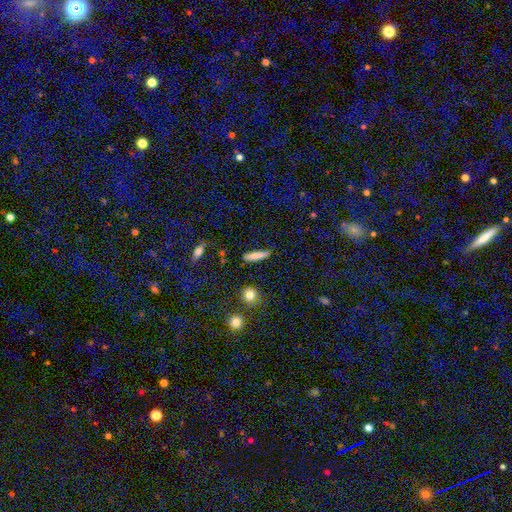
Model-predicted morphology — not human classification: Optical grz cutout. It shows a smooth galaxy with no disk features (75%) that is cigar-shaped (83%). Merging: none (80%).